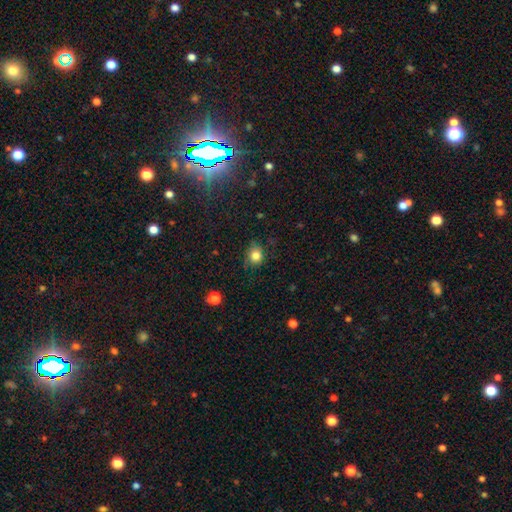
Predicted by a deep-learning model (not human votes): A smooth galaxy with no disk features (82%) that is round (71%).

Vote fractions:
- Smooth or featured? smooth: 82% / star or artifact: 11% / featured or disk: 7%
- How rounded? round: 71% / in between: 28% / cigar-shaped: 1%
- Merging? none: 69% / minor disturbance: 23% / major disturbance: 6% / merger: 2%